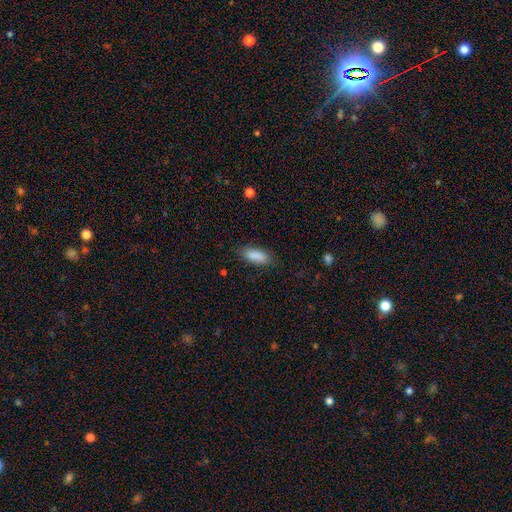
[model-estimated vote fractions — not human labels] This is clearly a smooth galaxy (88%). How rounded: likely in between (74%). Merging: clearly none (82%).